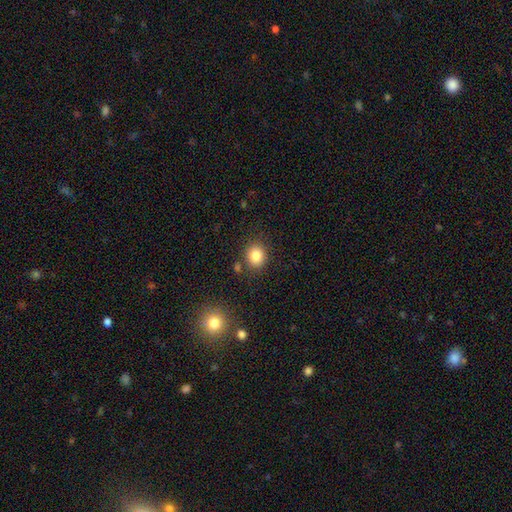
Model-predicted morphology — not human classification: This is clearly a smooth galaxy (84%). How rounded: likely round (72%). Merging: clearly none (82%).